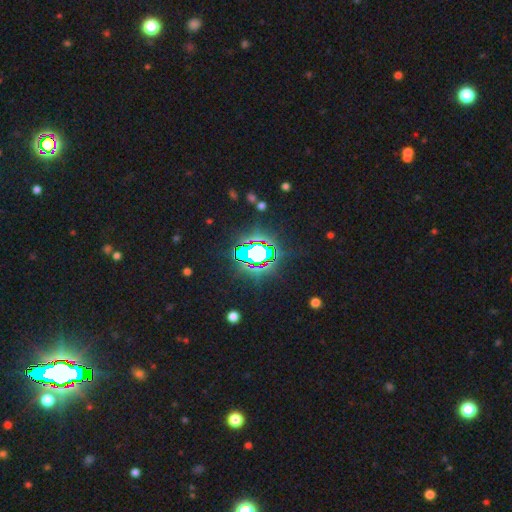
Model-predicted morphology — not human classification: The model was most divided on "smooth or featured": star or artifact: 73%, smooth: 15%, featured or disk: 12%.